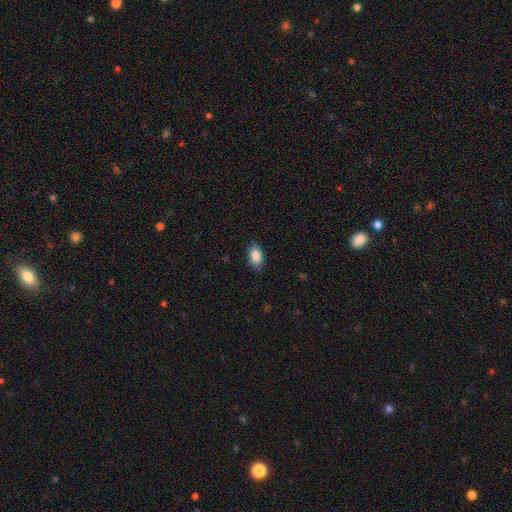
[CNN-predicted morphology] This appears to be a smooth galaxy with no disk features (87%) that is in between round and cigar-shaped (90%). Merging: none (85%).